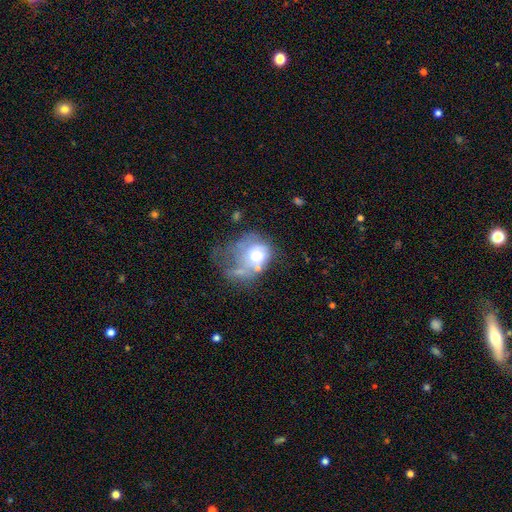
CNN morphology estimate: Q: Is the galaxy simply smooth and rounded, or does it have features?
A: featured or disk — 48%.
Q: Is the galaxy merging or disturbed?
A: major disturbance — 47%.